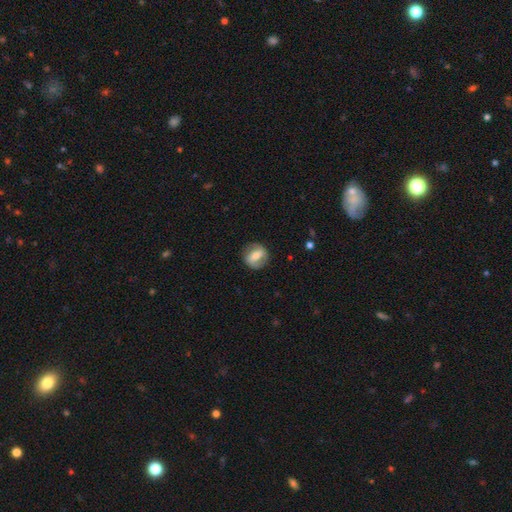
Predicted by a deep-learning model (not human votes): This appears to be a smooth galaxy with no disk features (47%). Merging: none (83%).